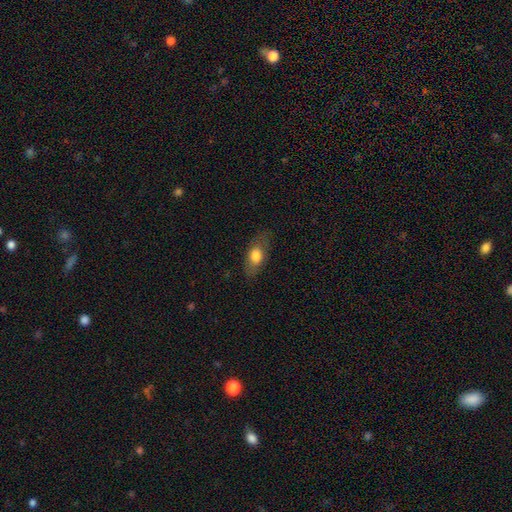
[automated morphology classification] Q: Smooth or featured?
A: smooth (71%); runner-up: featured or disk (22%)
Q: How rounded?
A: in between (82%); runner-up: cigar-shaped (11%)
Q: Merging?
A: none (78%); runner-up: minor disturbance (15%)